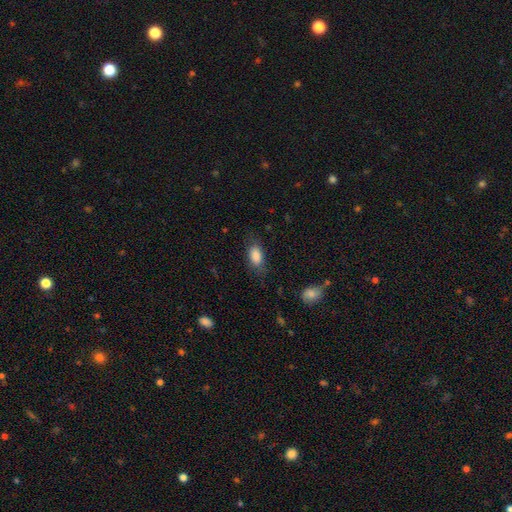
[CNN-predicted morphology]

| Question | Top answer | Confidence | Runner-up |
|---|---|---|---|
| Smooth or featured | smooth | 85% | featured or disk (8%) |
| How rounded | in between | 89% | cigar-shaped (6%) |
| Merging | none | 71% | minor disturbance (20%) |